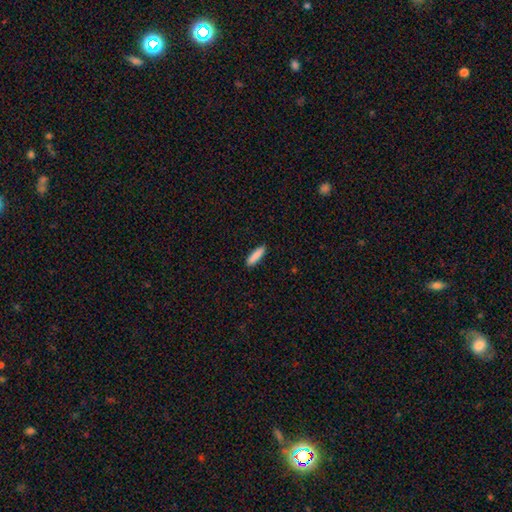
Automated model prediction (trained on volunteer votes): This is clearly a smooth galaxy (88%). How rounded: likely cigar-shaped (77%). Merging: clearly none (90%).